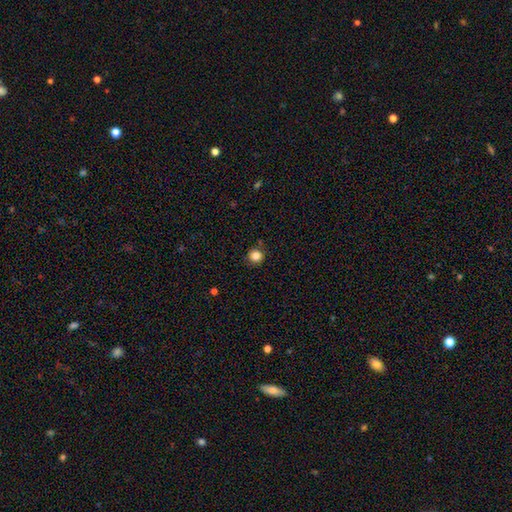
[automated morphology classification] smooth 84%, star or artifact 11%, featured or disk 5%. Down the decision tree: how rounded — round (94%); merging — none (87%).